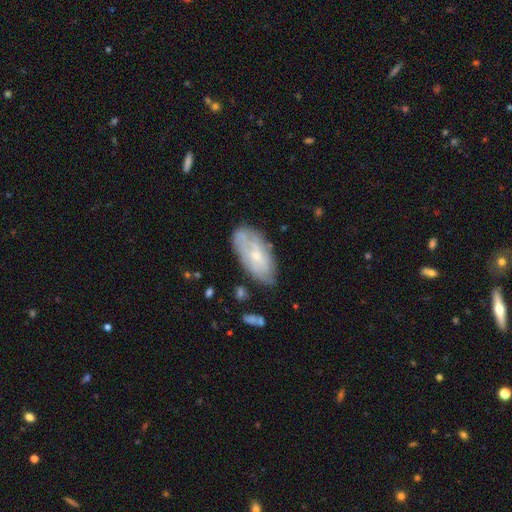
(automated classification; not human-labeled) This appears to be a featured or disk galaxy (57%) with no bar (75%), spiral arms (60%) and a small central bulge (73%). Merging: none (69%).